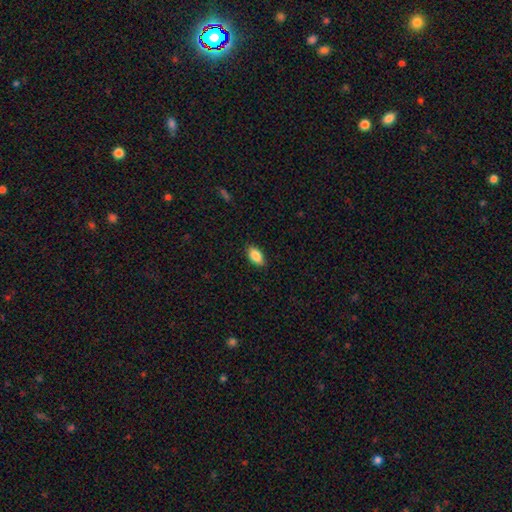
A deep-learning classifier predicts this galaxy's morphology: smooth 87%, star or artifact 7%, featured or disk 6%. Down the decision tree: how rounded — in between (91%); merging — none (87%).